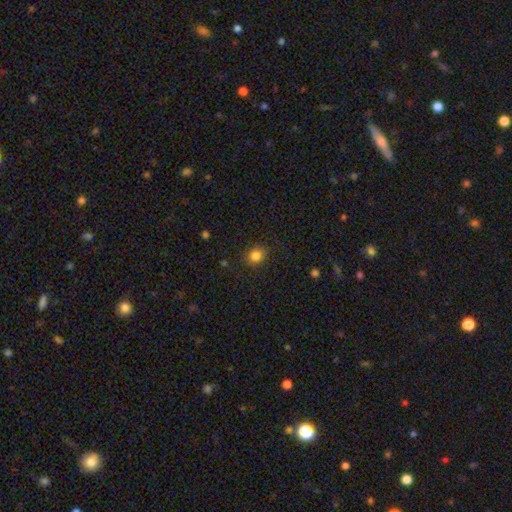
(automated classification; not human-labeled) smooth-or-featured: smooth: 84% | star or artifact: 11% | featured or disk: 5%
  how-rounded: round: 70% | in between: 29% | cigar-shaped: 1%
  merging: none: 86% | minor disturbance: 10% | major disturbance: 3% | merger: 1%